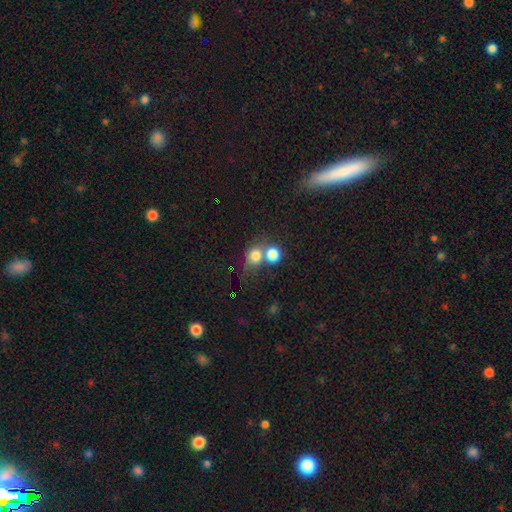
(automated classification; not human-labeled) smooth 76%, star or artifact 14%, featured or disk 10%. Down the decision tree: how rounded — round (76%); merging — merger (50%).